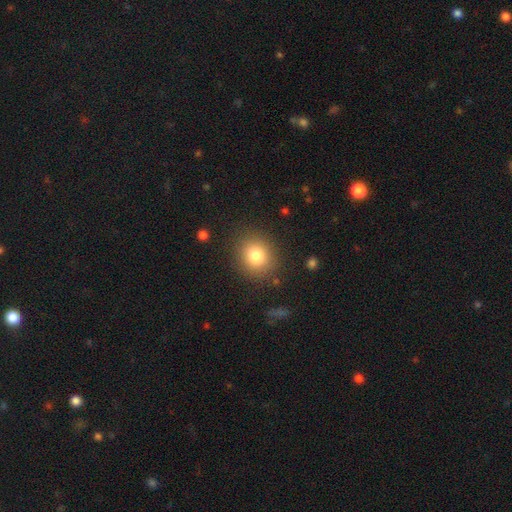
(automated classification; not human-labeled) Smooth or featured: smooth — 81% (star or artifact — 11%)
How rounded: round — 76% (in between — 23%)
Merging: none — 86% (minor disturbance — 9%)